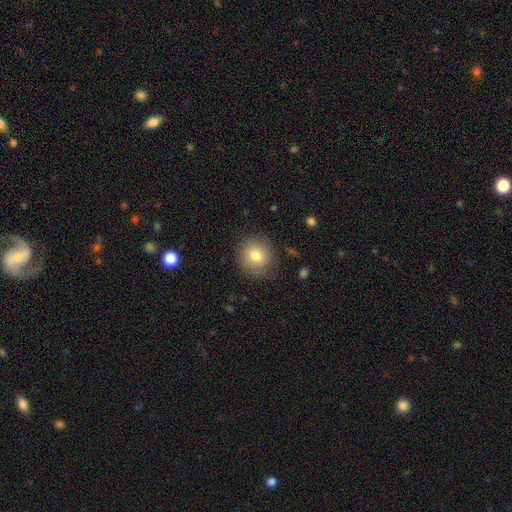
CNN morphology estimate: Smooth or featured: smooth — 79% (featured or disk — 11%)
How rounded: round — 90% (in between — 9%)
Merging: none — 82% (minor disturbance — 12%)